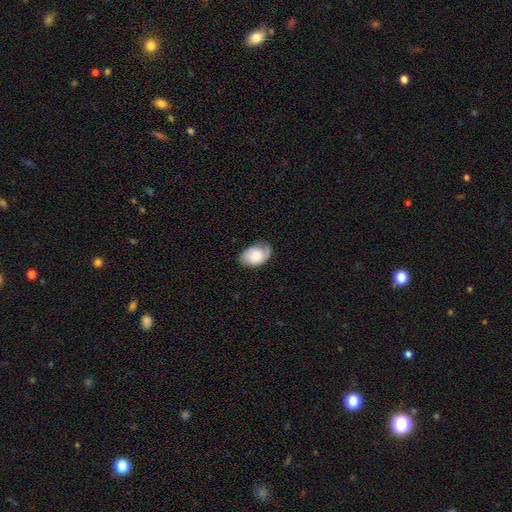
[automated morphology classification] Smooth or featured: smooth — 64% (featured or disk — 29%)
How rounded: in between — 87% (round — 12%)
Merging: none — 67% (minor disturbance — 24%)